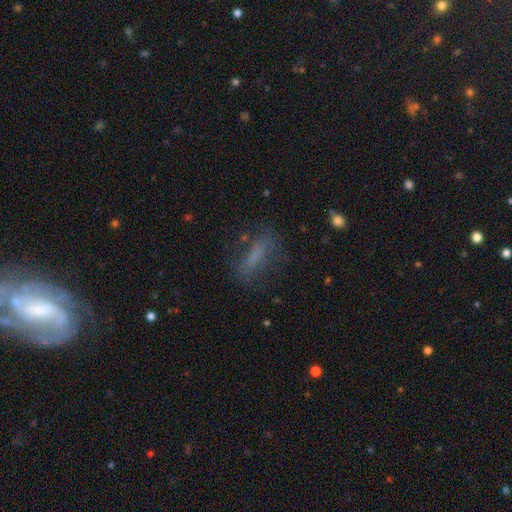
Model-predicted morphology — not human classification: smooth 59%, featured or disk 24%, star or artifact 17%. Down the decision tree: how rounded — cigar-shaped (57%); merging — none (67%).